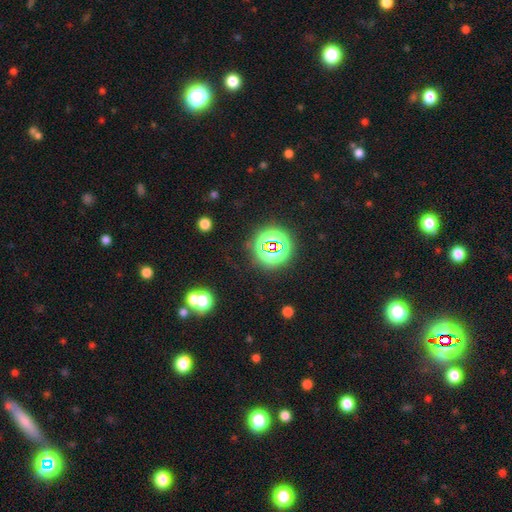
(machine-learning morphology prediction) type=star or artifact (77%).